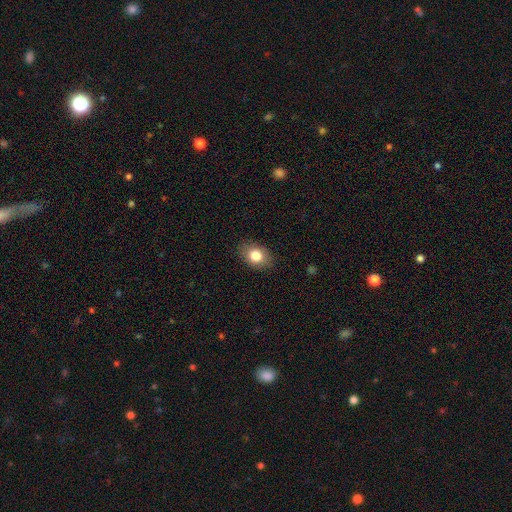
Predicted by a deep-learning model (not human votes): smooth 81%, featured or disk 10%, star or artifact 9%. Down the decision tree: how rounded — in between (73%); merging — none (85%).